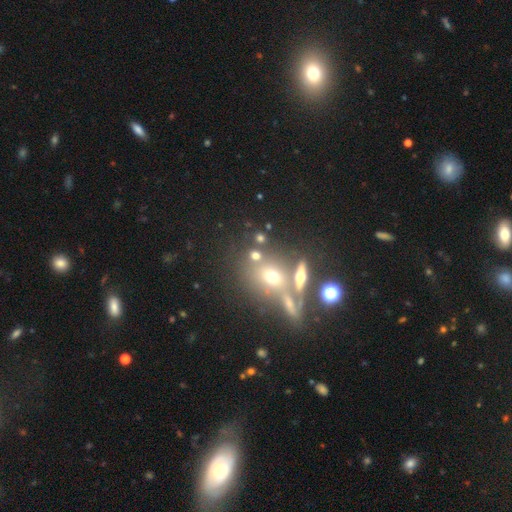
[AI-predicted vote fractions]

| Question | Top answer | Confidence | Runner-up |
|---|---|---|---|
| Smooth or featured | smooth | 58% | featured or disk (24%) |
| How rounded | round | 60% | in between (32%) |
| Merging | none | 52% | merger (31%) |